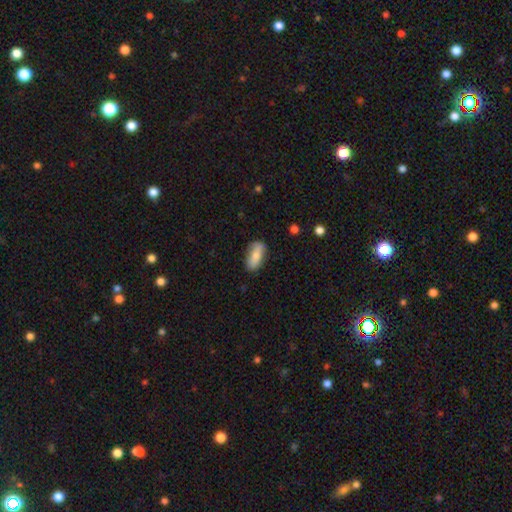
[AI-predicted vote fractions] smooth 77%, featured or disk 16%, star or artifact 7%. Down the decision tree: how rounded — in between (83%); merging — none (76%).